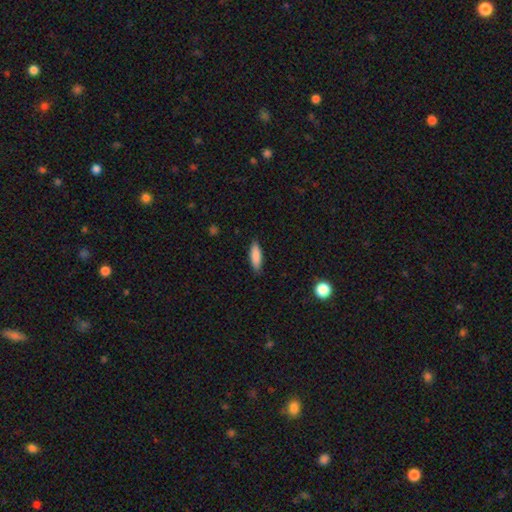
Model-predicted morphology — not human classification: type=smooth (86%); roundness=in between (49%, tied with cigar-shaped); merging=none (86%).